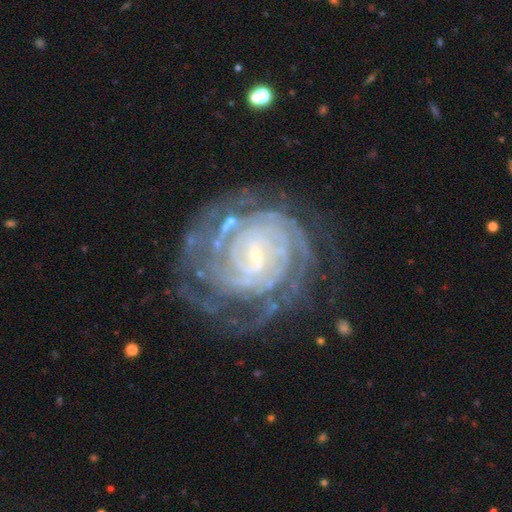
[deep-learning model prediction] Morphology: type=featured or disk (90%); edge-on=no (98%); bar=weak (47%); spiral arms=yes (98%); winding=tight (81%); arm count=can't tell (28%); bulge=small (81%); merging=none (72%).